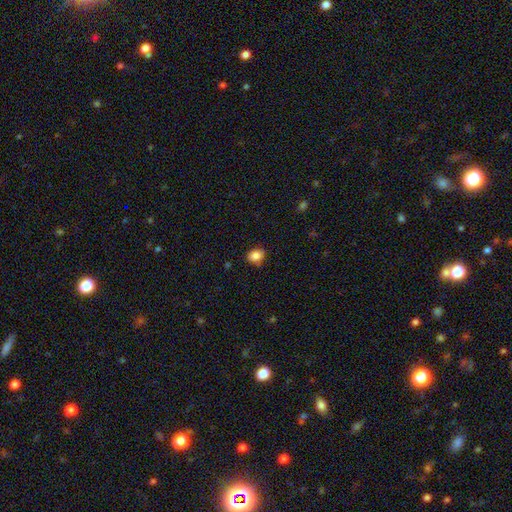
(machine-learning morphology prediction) smooth-or-featured: smooth: 86% | star or artifact: 10% | featured or disk: 5%
  how-rounded: in between: 55% | round: 44% | cigar-shaped: 1%
  merging: none: 79% | minor disturbance: 16% | major disturbance: 3% | merger: 2%